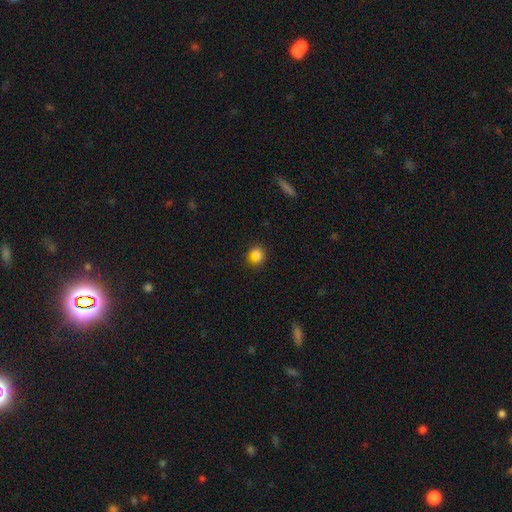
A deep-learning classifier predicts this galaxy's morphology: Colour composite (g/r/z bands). It shows a smooth galaxy with no disk features (75%) that is round (79%). Merging: none (80%).